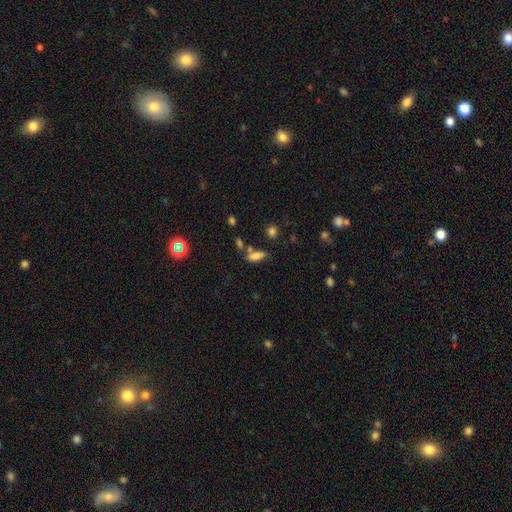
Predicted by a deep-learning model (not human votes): smooth_or_featured: smooth (p=0.75) [alt: star or artifact p=0.13]
how_rounded: in between (p=0.73) [alt: cigar-shaped p=0.23]
merging: none (p=0.50) [alt: merger p=0.24]